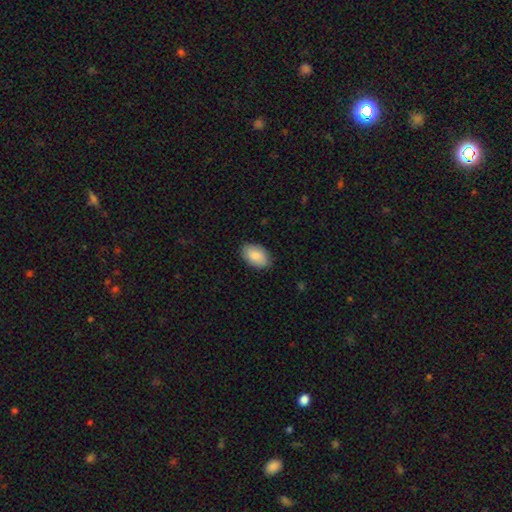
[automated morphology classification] type=smooth (86%); roundness=in between (92%); merging=none (86%).